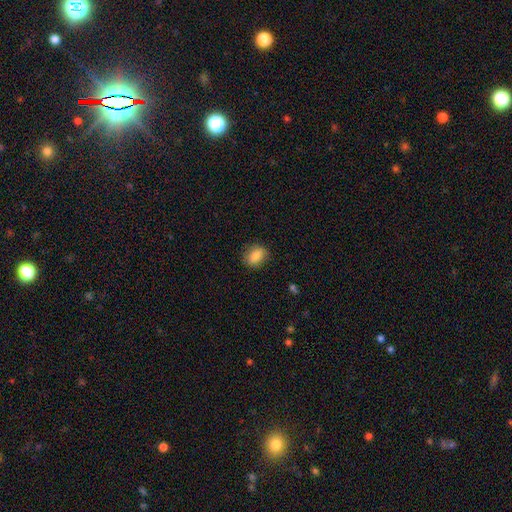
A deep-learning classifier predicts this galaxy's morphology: The model was most divided on "how rounded": in between: 70%, round: 28%, cigar-shaped: 2%. More confident: smooth or featured — smooth (85%); merging — none (85%).